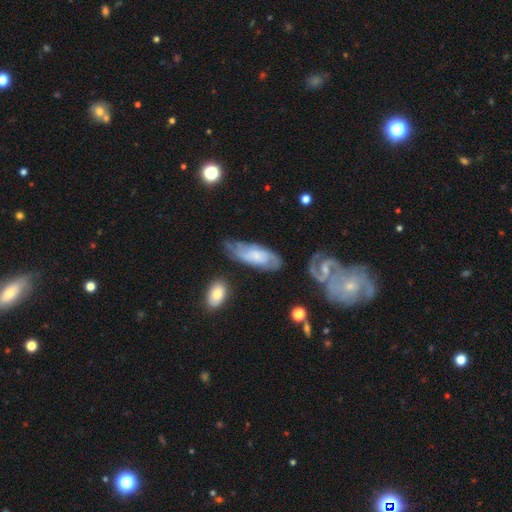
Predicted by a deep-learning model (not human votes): Overall: featured or disk (69%). Edge-on disk: no (90%). Bar: no (56%; weak 36%). Spiral arms: yes (93%). Spiral arm count: 2 (52%; can't tell 28%). Spiral winding: medium (44%; tight 40%). Bulge size: small (53%; moderate 20%). Merging: none (62%; minor disturbance 24%).